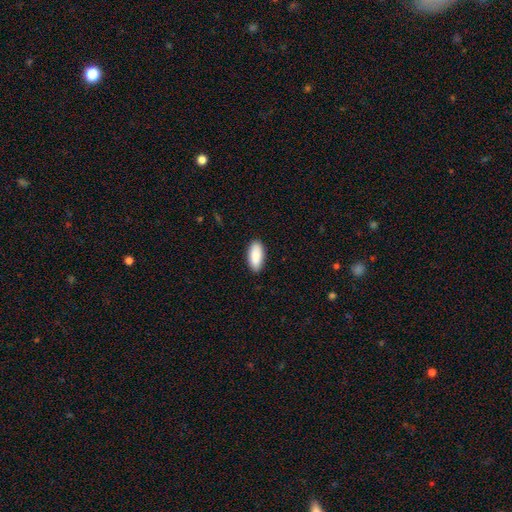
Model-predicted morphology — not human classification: type=smooth (90%); roundness=in between (89%); merging=none (89%).